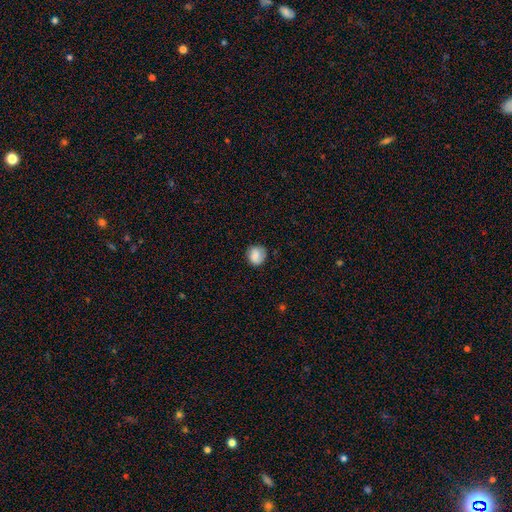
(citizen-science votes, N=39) Volunteers were most divided on "smooth or featured": smooth: 67%, featured or disk: 21%, star or artifact: 13%. More confident: how rounded — round (88%); merging — none (76%).